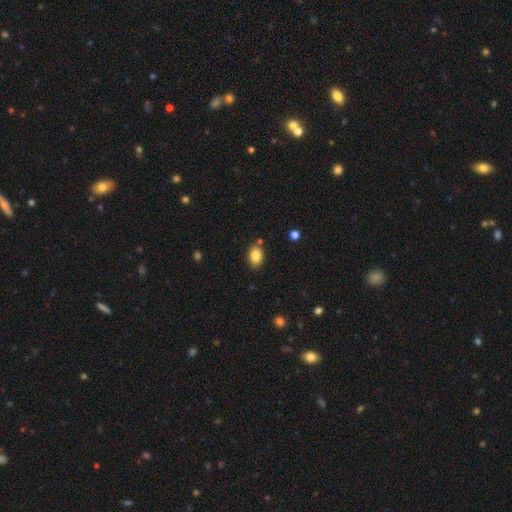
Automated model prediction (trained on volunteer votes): Smooth or featured?
  - smooth: 86% *
  - star or artifact: 8%
  - featured or disk: 6%
How rounded?
  - in between: 83% *
  - round: 15%
  - cigar-shaped: 1%
Merging?
  - none: 81% *
  - minor disturbance: 12%
  - merger: 5%
  - major disturbance: 3%